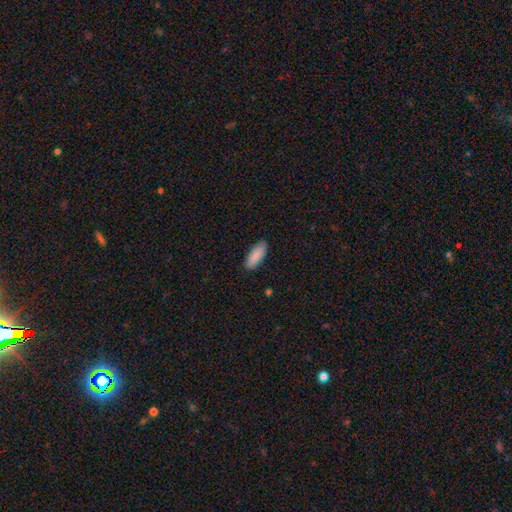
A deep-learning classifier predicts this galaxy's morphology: This appears to be a smooth galaxy with no disk features (88%) that is in between round and cigar-shaped (78%). Merging: none (88%).